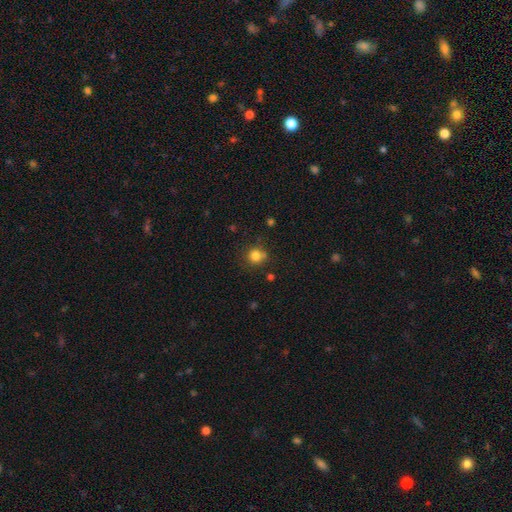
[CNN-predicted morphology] A smooth galaxy with no disk features (81%) that is round (89%).

Vote fractions:
- Smooth or featured? smooth: 81% / star or artifact: 13% / featured or disk: 6%
- How rounded? round: 89% / in between: 10% / cigar-shaped: 1%
- Merging? none: 72% / minor disturbance: 15% / merger: 9% / major disturbance: 4%